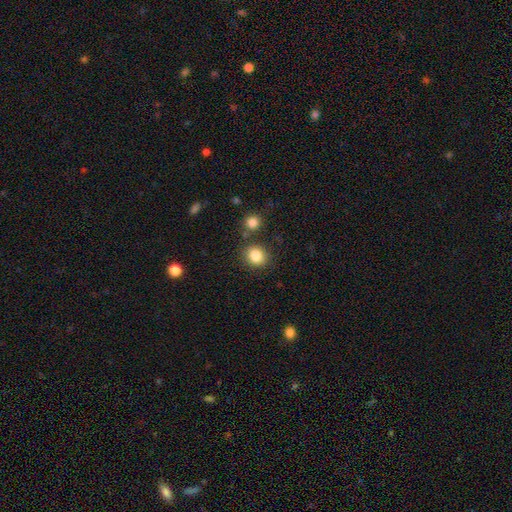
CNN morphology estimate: Smooth or featured? Predicted: smooth (p=0.84). How rounded? Predicted: round (p=0.80). Merging? Predicted: none (p=0.82).